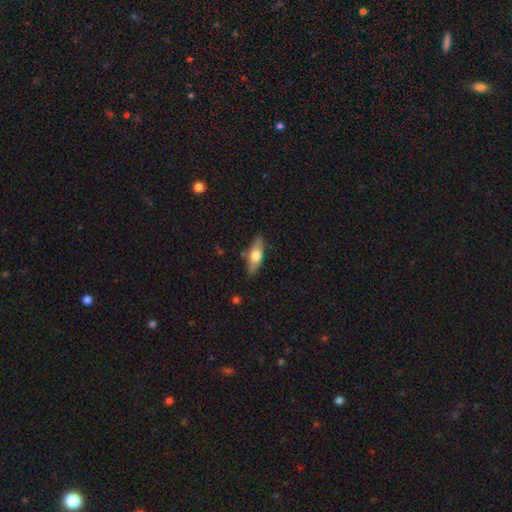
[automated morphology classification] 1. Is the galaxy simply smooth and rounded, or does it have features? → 54% smooth, 40% featured or disk, 6% star or artifact.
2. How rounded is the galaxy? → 56% in between, 40% cigar-shaped, 3% round.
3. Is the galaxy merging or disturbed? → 83% none, 13% minor disturbance, 3% major disturbance, 2% merger.